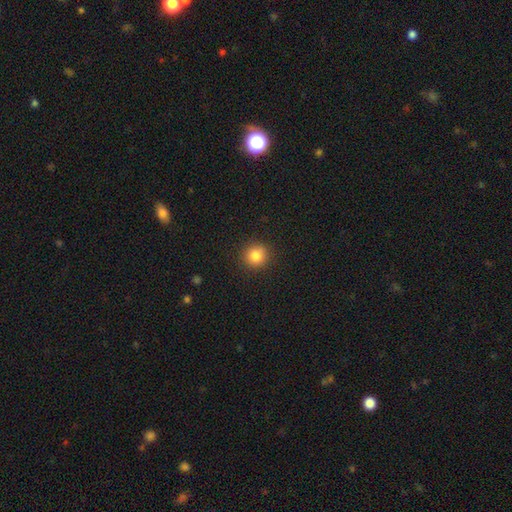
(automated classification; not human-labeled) This appears to be a smooth galaxy with no disk features (84%) that is round (92%). Merging: none (91%).